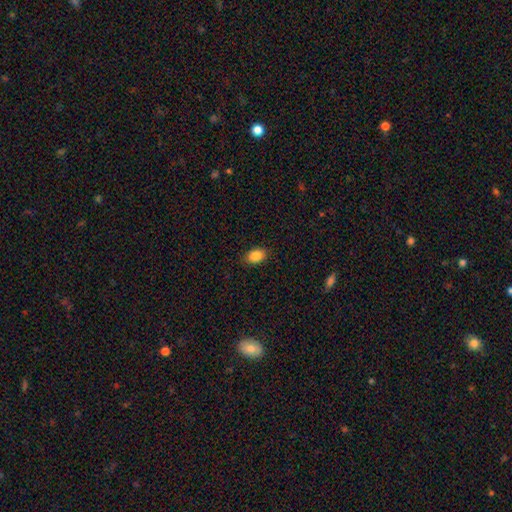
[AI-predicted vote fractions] smooth-or-featured: smooth: 87% | star or artifact: 8% | featured or disk: 5%
  how-rounded: in between: 86% | round: 12% | cigar-shaped: 1%
  merging: none: 88% | minor disturbance: 9% | major disturbance: 2% | merger: 1%